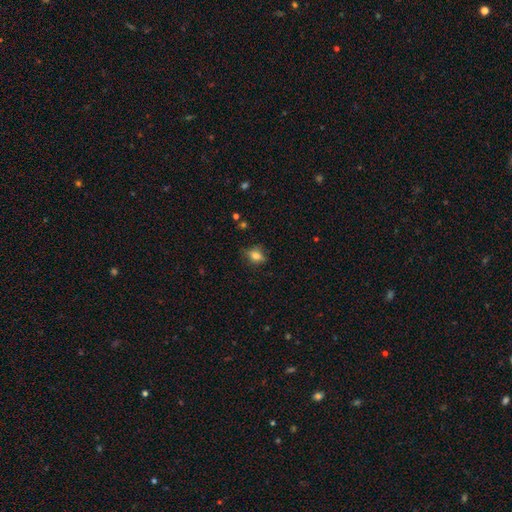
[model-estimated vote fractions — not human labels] Smooth or featured?
  - smooth: 77% *
  - featured or disk: 12%
  - star or artifact: 11%
How rounded?
  - in between: 60% *
  - round: 37%
  - cigar-shaped: 3%
Merging?
  - none: 70% *
  - minor disturbance: 23%
  - major disturbance: 5%
  - merger: 2%